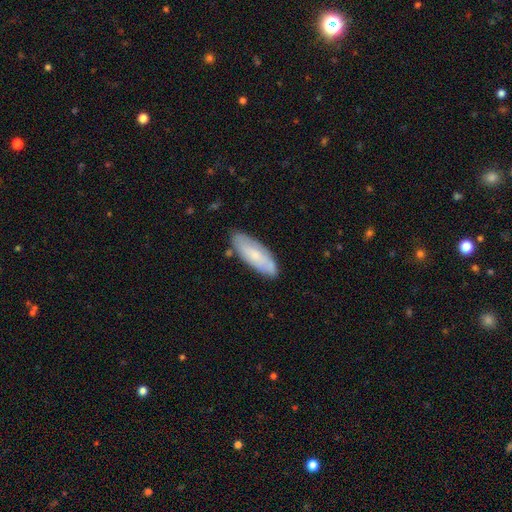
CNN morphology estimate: Overall: smooth (60%; featured or disk 34%). How rounded: in between (64%; cigar-shaped 34%). Merging: none (79%).